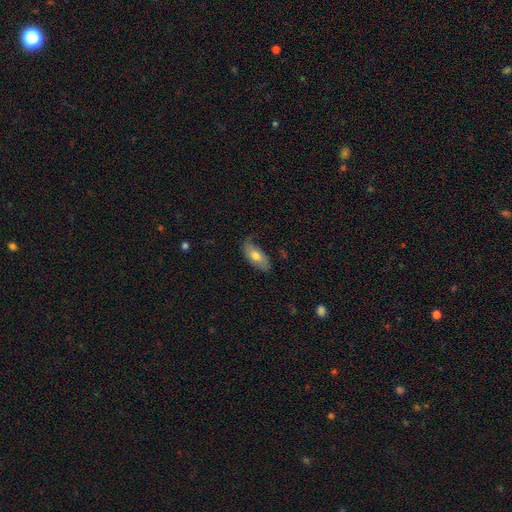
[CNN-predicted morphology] A smooth galaxy with no disk features (69%) that is in between round and cigar-shaped (87%).

Vote fractions:
- Smooth or featured? smooth: 69% / featured or disk: 25% / star or artifact: 6%
- How rounded? in between: 87% / cigar-shaped: 10% / round: 3%
- Merging? none: 69% / minor disturbance: 24% / major disturbance: 5% / merger: 1%